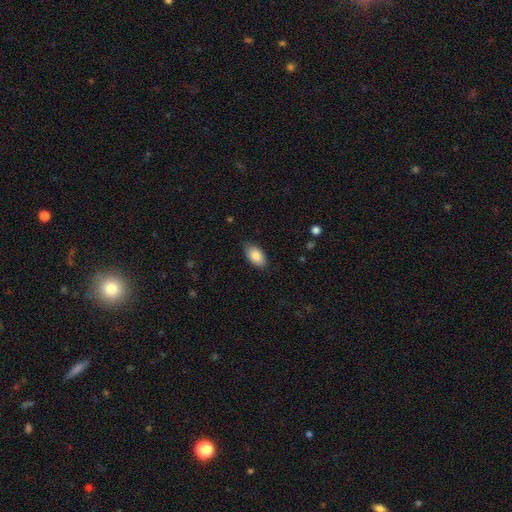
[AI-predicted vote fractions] smooth 86%, featured or disk 7%, star or artifact 6%. Down the decision tree: how rounded — in between (94%); merging — none (83%).